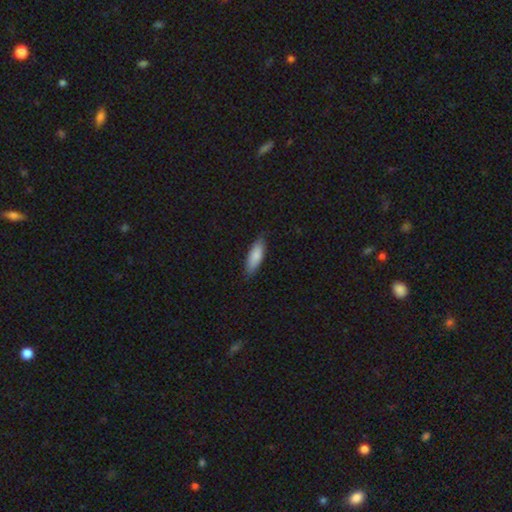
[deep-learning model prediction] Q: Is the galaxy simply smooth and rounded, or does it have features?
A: smooth — 84%.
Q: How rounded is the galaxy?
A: in between — 61%.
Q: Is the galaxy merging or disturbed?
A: none — 81%.